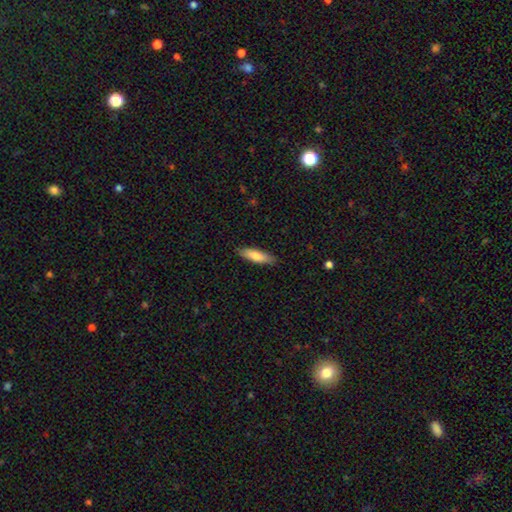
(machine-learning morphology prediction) A smooth galaxy with no disk features (76%) that is cigar-shaped (58%). Merging: none (88%).